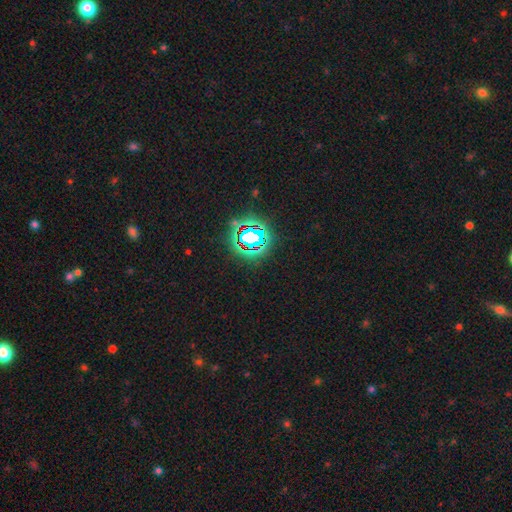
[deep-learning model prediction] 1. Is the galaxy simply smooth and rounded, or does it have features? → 83% star or artifact, 11% smooth, 7% featured or disk.